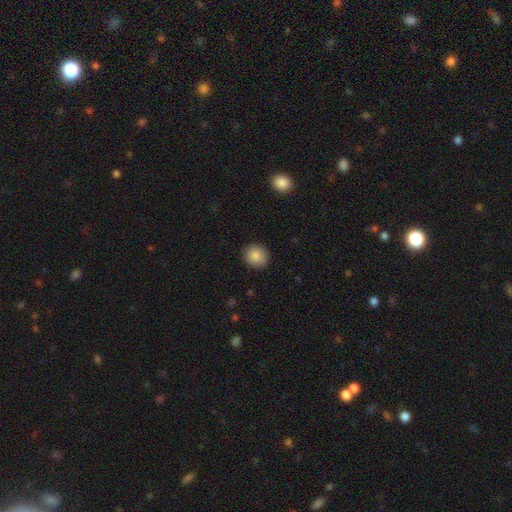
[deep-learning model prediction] smooth_or_featured: smooth (p=0.86) [alt: star or artifact p=0.08]
how_rounded: round (p=0.88) [alt: in between p=0.11]
merging: none (p=0.91) [alt: minor disturbance p=0.06]